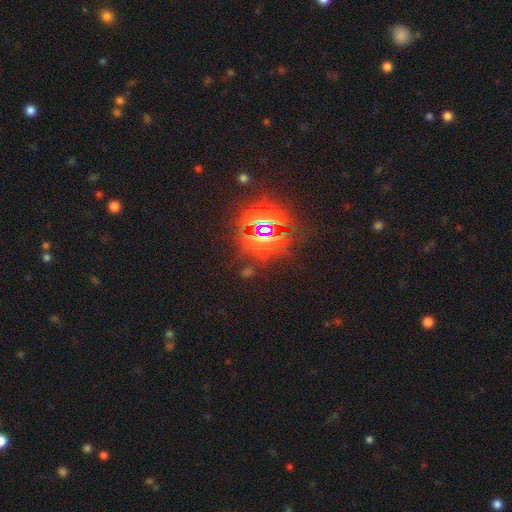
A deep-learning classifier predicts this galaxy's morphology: star or artifact 85%, smooth 10%, featured or disk 5%.